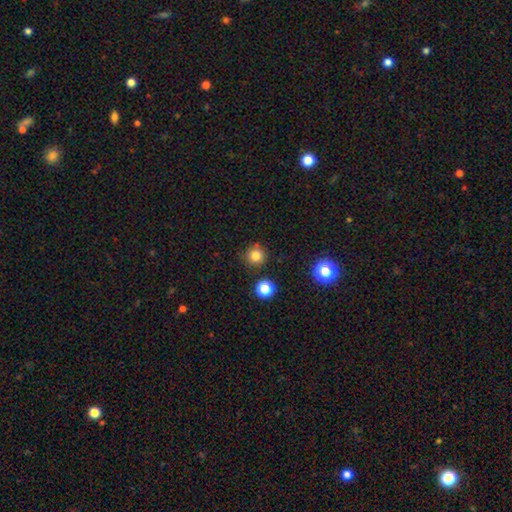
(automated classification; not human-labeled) This appears to be a smooth galaxy with no disk features (81%) that is round (95%). Merging: none (85%).